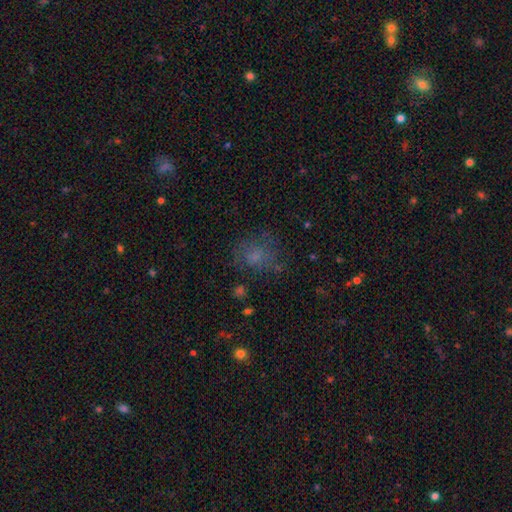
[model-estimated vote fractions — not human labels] smooth-or-featured: smooth: 62% | featured or disk: 19% | star or artifact: 18%
  how-rounded: round: 66% | in between: 33% | cigar-shaped: 1%
  merging: none: 61% | minor disturbance: 20% | major disturbance: 17% | merger: 3%